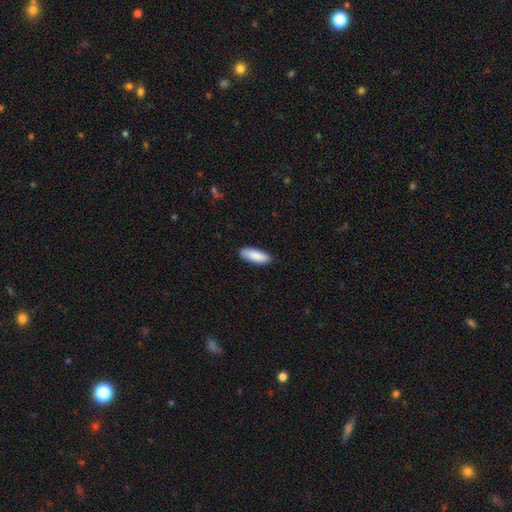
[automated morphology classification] A smooth galaxy with no disk features (90%) that is in between round and cigar-shaped (69%).

Vote fractions:
- Smooth or featured? smooth: 90% / star or artifact: 5% / featured or disk: 5%
- How rounded? in between: 69% / cigar-shaped: 30% / round: 2%
- Merging? none: 89% / minor disturbance: 9% / major disturbance: 2% / merger: 1%